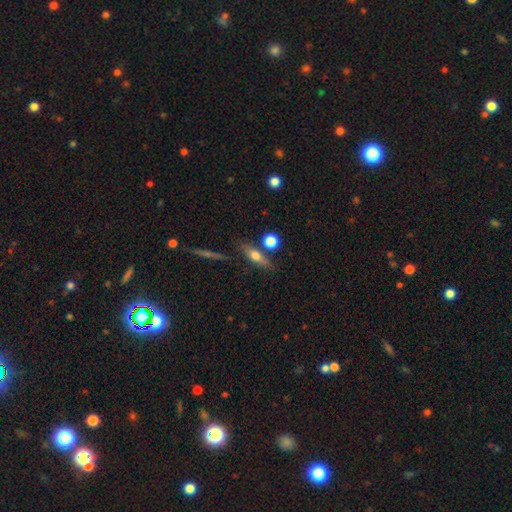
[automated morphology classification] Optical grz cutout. It shows a smooth galaxy with no disk features (62%) that is cigar-shaped (44%). Merging: none (68%).